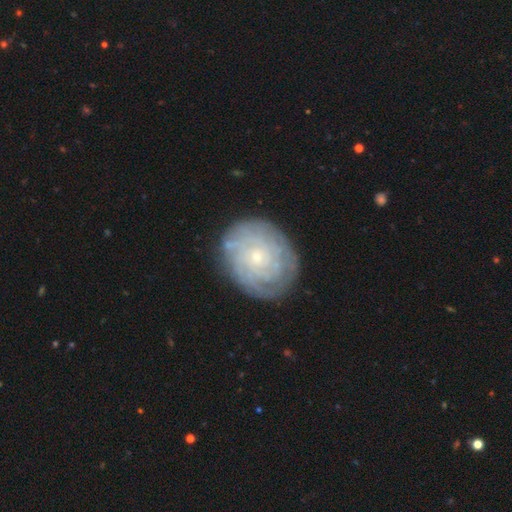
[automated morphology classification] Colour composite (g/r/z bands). It shows a featured or disk galaxy (69%) with no bar (84%), tight (81%) spiral arms (85%) and a small central bulge (75%). Merging: none (81%).